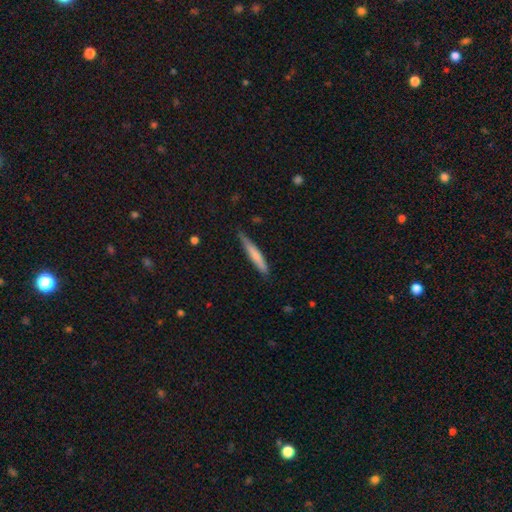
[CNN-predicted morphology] Smooth or featured: smooth — 67% (featured or disk — 28%)
How rounded: cigar-shaped — 94% (in between — 5%)
Merging: none — 75% (minor disturbance — 20%)